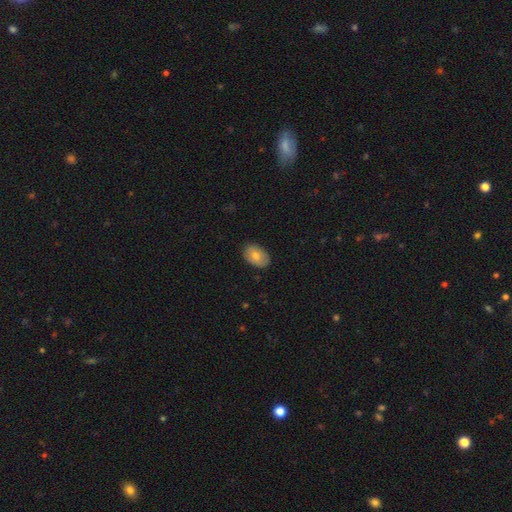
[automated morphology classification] Overall: smooth (74%). How rounded: in between (87%). Merging: none (86%).